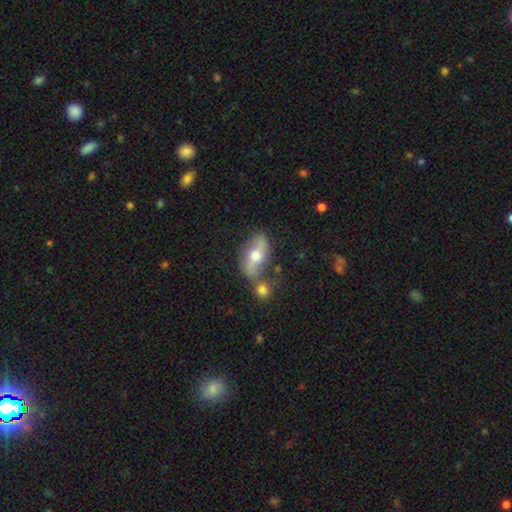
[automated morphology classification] This appears to be a featured or disk galaxy (55%). Merging: none (57%).